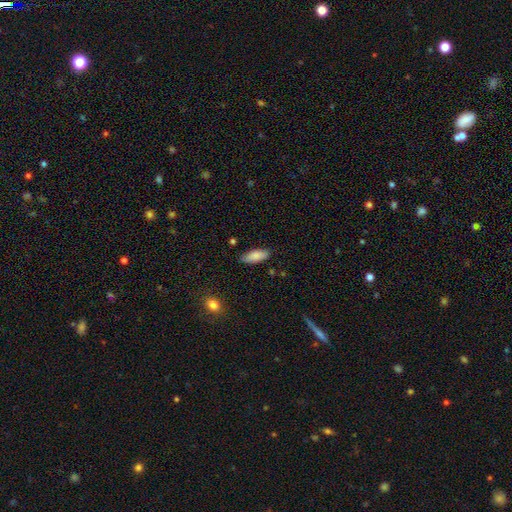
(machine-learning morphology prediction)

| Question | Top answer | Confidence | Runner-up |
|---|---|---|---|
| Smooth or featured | smooth | 85% | featured or disk (8%) |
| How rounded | in between | 76% | cigar-shaped (22%) |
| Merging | none | 84% | minor disturbance (12%) |